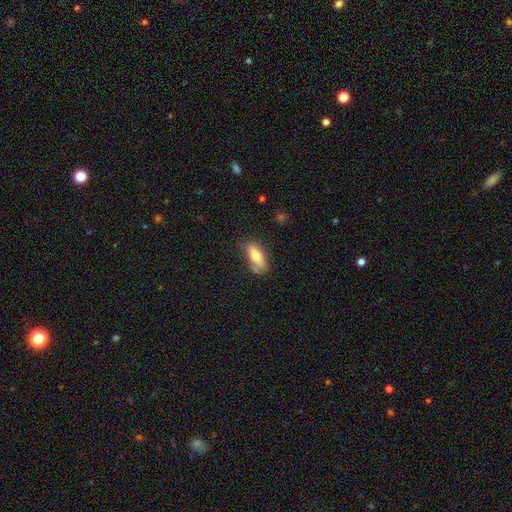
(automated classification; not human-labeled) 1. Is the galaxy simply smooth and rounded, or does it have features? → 79% smooth, 14% featured or disk, 7% star or artifact.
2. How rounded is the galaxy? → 77% in between, 21% cigar-shaped, 2% round.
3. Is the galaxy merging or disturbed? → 64% none, 25% minor disturbance, 7% major disturbance, 4% merger.